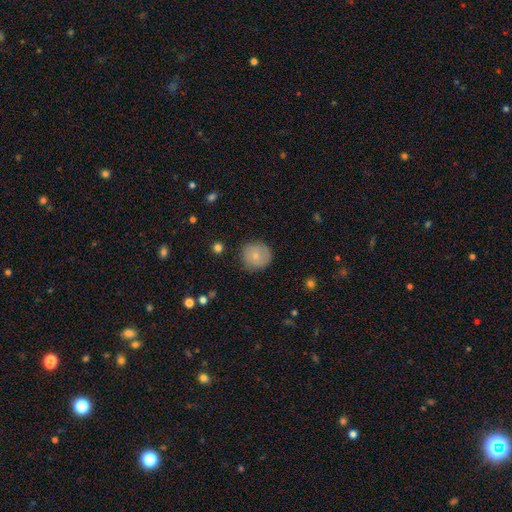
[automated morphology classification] A smooth galaxy with no disk features (74%) that is round (92%).

Vote fractions:
- Smooth or featured? smooth: 74% / featured or disk: 18% / star or artifact: 8%
- How rounded? round: 92% / in between: 7% / cigar-shaped: 1%
- Merging? none: 83% / minor disturbance: 12% / major disturbance: 3% / merger: 1%